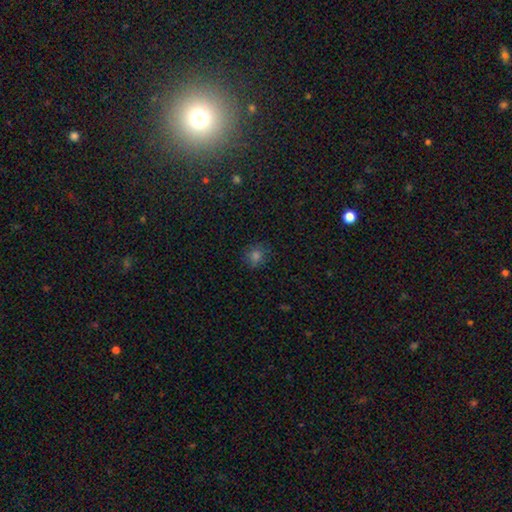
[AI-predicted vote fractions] Overall: smooth (71%). How rounded: round (79%). Merging: none (83%).